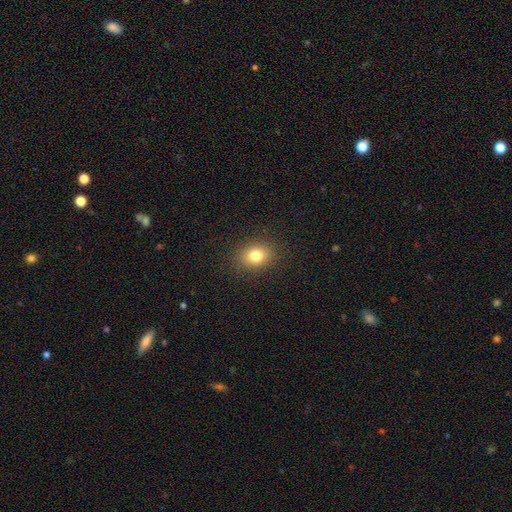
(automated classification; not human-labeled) The model was most divided on "how rounded": in between: 55%, round: 44%, cigar-shaped: 1%. More confident: merging — none (89%); smooth or featured — smooth (80%).